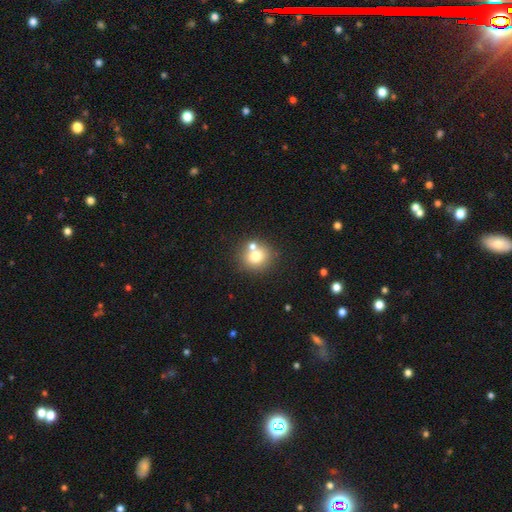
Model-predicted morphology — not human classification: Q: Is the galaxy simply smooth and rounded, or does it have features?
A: smooth — 72%.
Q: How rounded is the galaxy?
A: round — 84%.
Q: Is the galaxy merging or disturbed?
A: none — 61%.